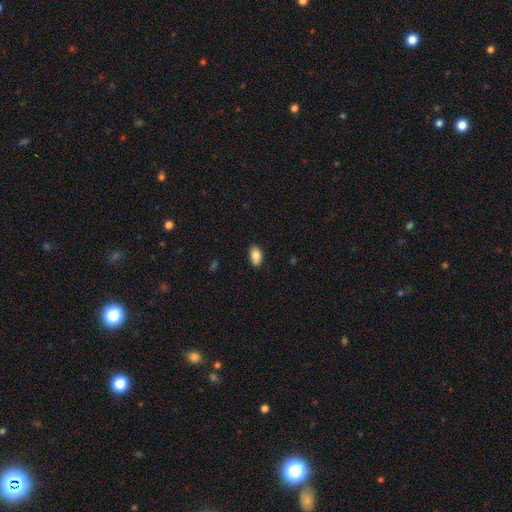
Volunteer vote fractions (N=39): Morphology: type=smooth (87%); roundness=in between (88%); merging=none (92%).